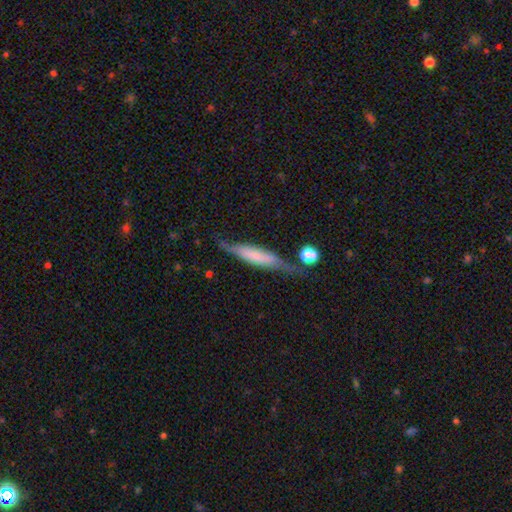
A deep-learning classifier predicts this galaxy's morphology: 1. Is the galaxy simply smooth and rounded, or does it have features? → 52% featured or disk, 41% smooth, 7% star or artifact.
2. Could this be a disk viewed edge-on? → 83% yes, 17% no.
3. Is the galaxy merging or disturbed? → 60% none, 24% minor disturbance, 10% major disturbance, 6% merger.